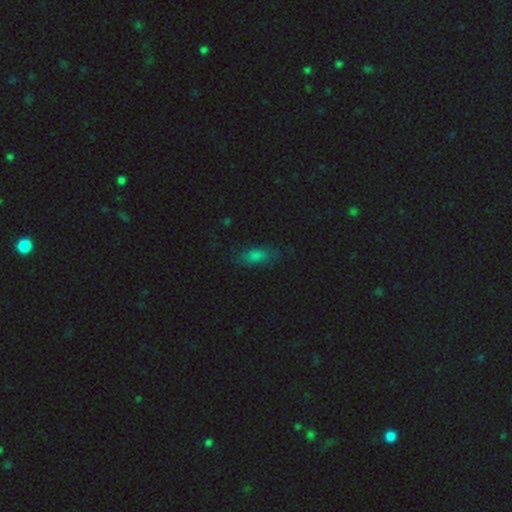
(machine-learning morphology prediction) Q: Smooth or featured?
A: smooth (71%); runner-up: star or artifact (16%)
Q: How rounded?
A: in between (74%); runner-up: cigar-shaped (22%)
Q: Merging?
A: none (77%); runner-up: minor disturbance (17%)